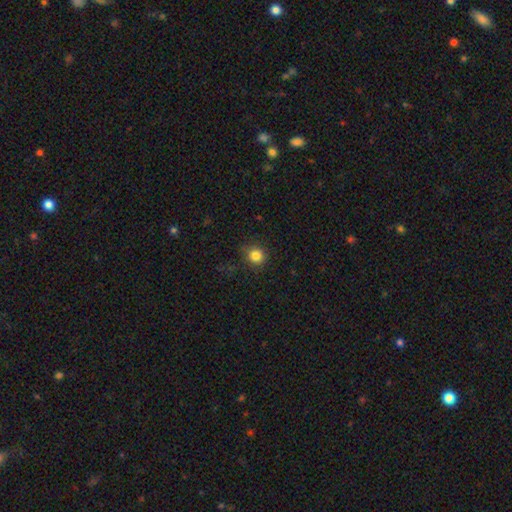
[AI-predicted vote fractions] smooth-or-featured: smooth: 84% | star or artifact: 12% | featured or disk: 4%
  how-rounded: round: 91% | in between: 8% | cigar-shaped: 1%
  merging: none: 86% | minor disturbance: 10% | major disturbance: 3% | merger: 1%